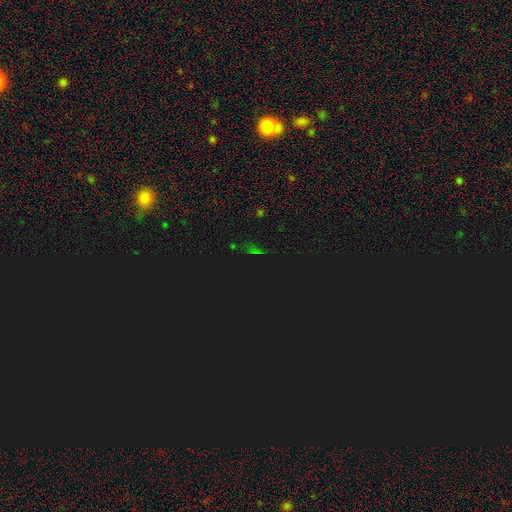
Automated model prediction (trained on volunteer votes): The model was most divided on "smooth or featured": star or artifact: 77%, smooth: 15%, featured or disk: 8%.